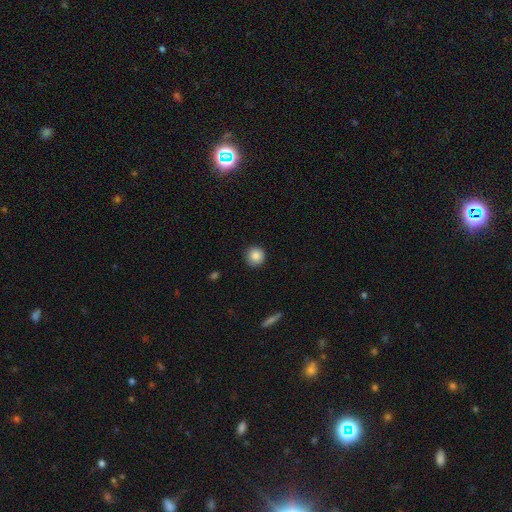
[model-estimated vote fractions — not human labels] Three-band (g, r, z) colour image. It shows a smooth galaxy with no disk features (86%) that is round (95%). Merging: none (91%).